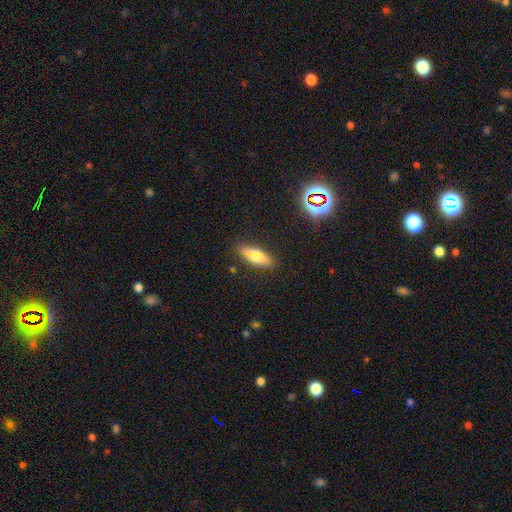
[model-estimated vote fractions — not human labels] Smooth or featured: smooth — 60% (featured or disk — 29%)
How rounded: in between — 50% (cigar-shaped — 47%)
Merging: none — 83% (minor disturbance — 12%)